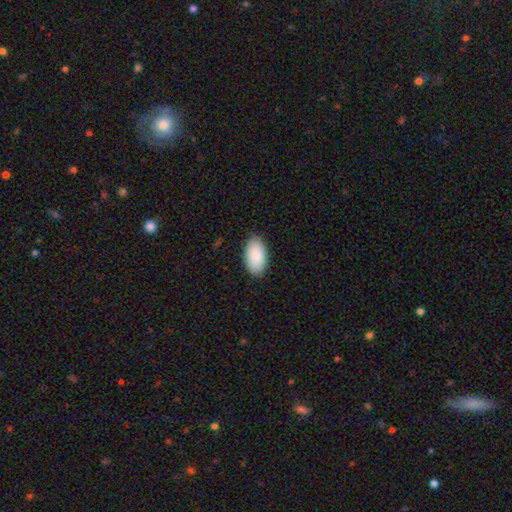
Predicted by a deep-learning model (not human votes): Smooth or featured? Predicted: smooth (p=0.90). How rounded? Predicted: in between (p=0.96). Merging? Predicted: none (p=0.87).